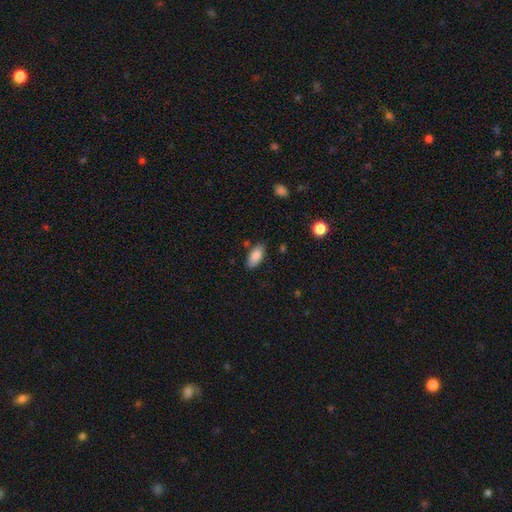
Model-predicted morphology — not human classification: Smooth or featured: smooth — 86% (star or artifact — 7%)
How rounded: in between — 89% (cigar-shaped — 8%)
Merging: none — 82% (minor disturbance — 13%)